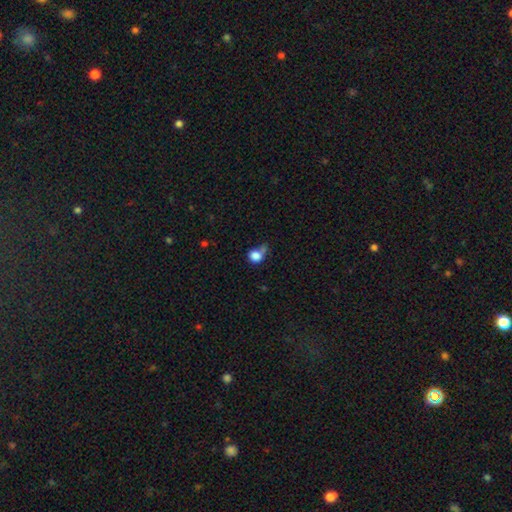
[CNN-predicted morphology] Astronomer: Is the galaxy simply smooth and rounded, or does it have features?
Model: smooth — 82%.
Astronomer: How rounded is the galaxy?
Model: round — 75%.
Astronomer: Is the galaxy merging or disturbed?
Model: none — 41% (runner-up: merger, 24%).